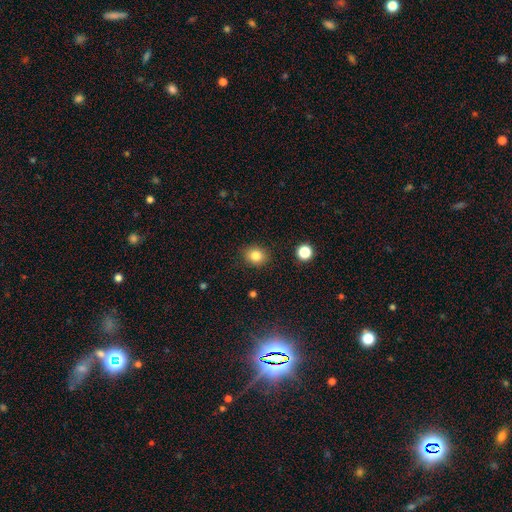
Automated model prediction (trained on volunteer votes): Smooth or featured?
  - smooth: 83% *
  - star or artifact: 11%
  - featured or disk: 6%
How rounded?
  - round: 66% *
  - in between: 33%
  - cigar-shaped: 1%
Merging?
  - none: 87% *
  - minor disturbance: 9%
  - major disturbance: 2%
  - merger: 1%